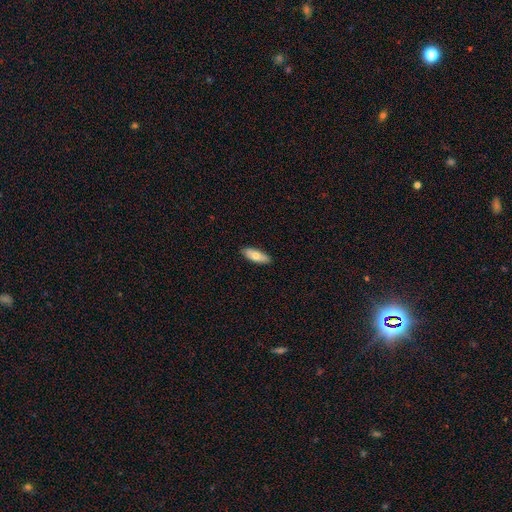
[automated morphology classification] A smooth galaxy with no disk features (71%) that is in between round and cigar-shaped (72%). Merging: none (89%).